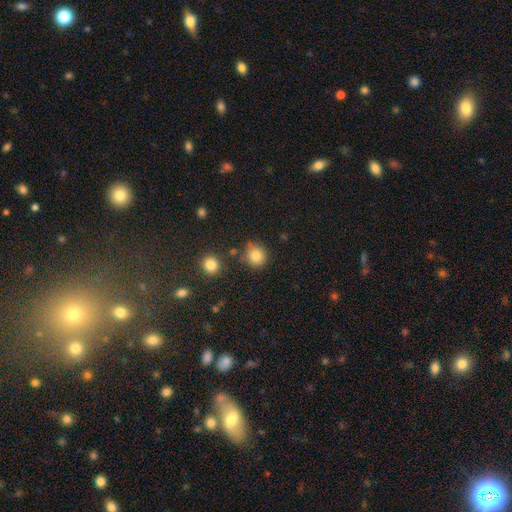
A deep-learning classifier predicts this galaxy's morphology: Smooth or featured: smooth — 84% (star or artifact — 11%)
How rounded: round — 87% (in between — 12%)
Merging: none — 75% (minor disturbance — 15%)